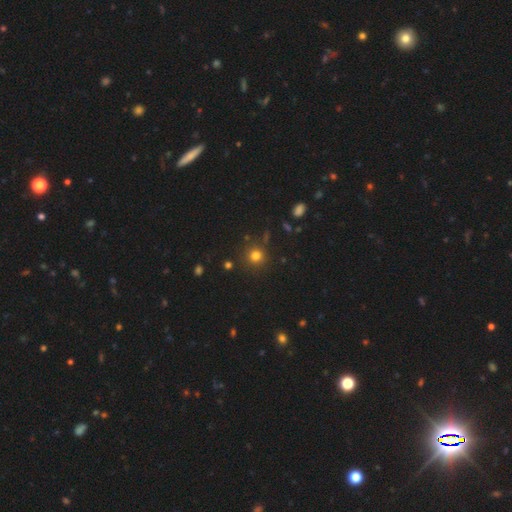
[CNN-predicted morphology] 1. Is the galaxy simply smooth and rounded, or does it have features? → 77% smooth, 17% star or artifact, 6% featured or disk.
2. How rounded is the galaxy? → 93% round, 6% in between, 1% cigar-shaped.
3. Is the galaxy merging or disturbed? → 86% none, 8% minor disturbance, 4% merger, 3% major disturbance.